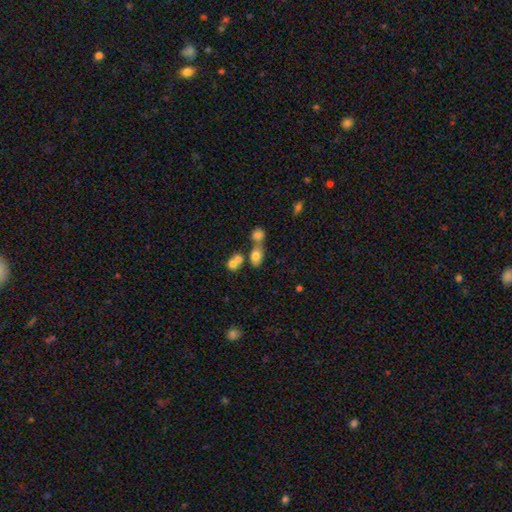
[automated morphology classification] Smooth or featured? Predicted: smooth (p=0.74). How rounded? Predicted: in between (p=0.69). Merging? Predicted: merger (p=0.49).